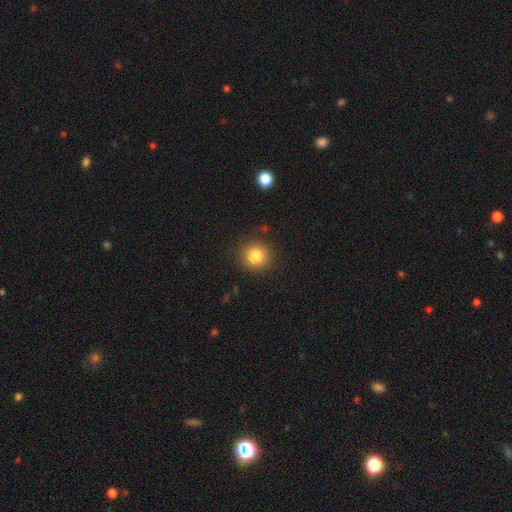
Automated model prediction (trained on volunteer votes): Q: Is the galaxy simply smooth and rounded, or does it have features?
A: smooth — 83%.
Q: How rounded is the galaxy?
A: round — 91%.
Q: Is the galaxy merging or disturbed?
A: none — 88%.